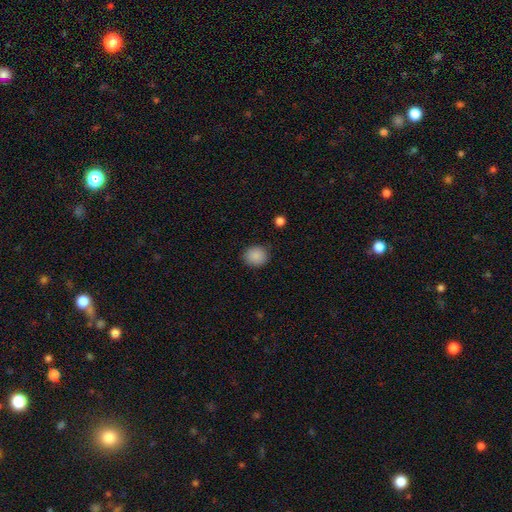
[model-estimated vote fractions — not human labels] A smooth galaxy with no disk features (88%) that is round (79%).

Vote fractions:
- Smooth or featured? smooth: 88% / star or artifact: 9% / featured or disk: 3%
- How rounded? round: 79% / in between: 20% / cigar-shaped: 1%
- Merging? none: 87% / minor disturbance: 9% / major disturbance: 3% / merger: 1%